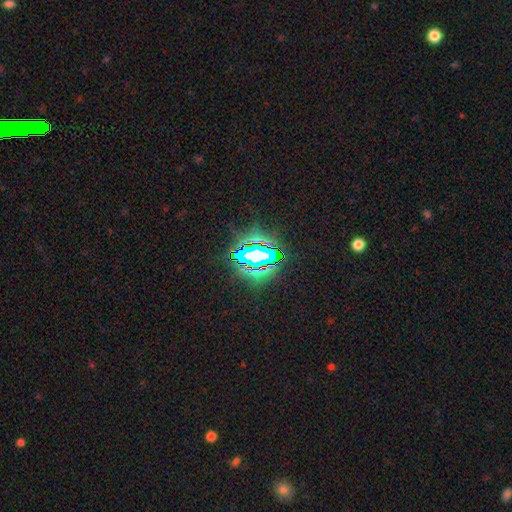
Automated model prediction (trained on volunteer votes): smooth_or_featured: star or artifact (p=0.73) [alt: smooth p=0.14]